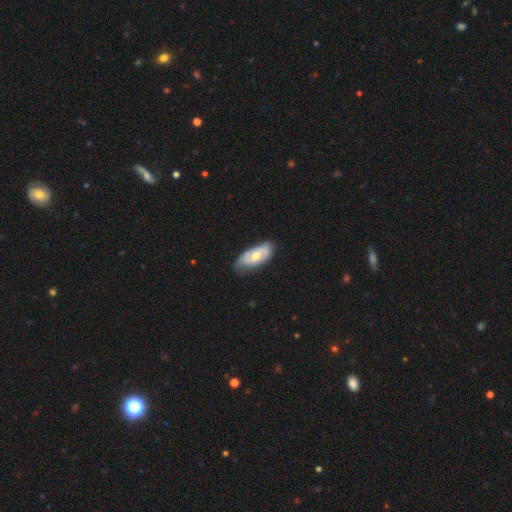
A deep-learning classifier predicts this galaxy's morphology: This is possibly a featured or disk galaxy (56%). It is clearly not viewed edge-on (87%). Merging: likely none (71%).